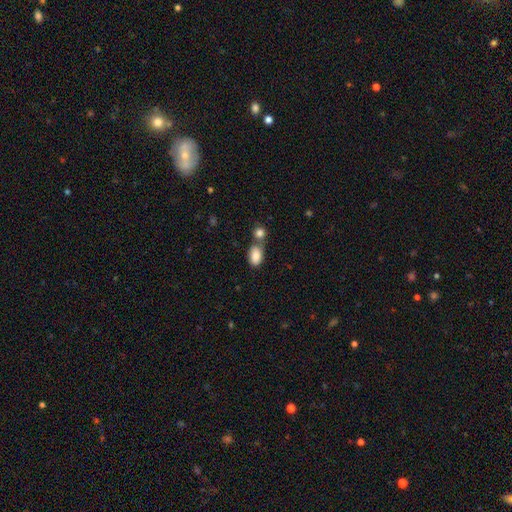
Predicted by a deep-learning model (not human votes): Smooth or featured? Predicted: smooth (p=0.86). How rounded? Predicted: in between (p=0.88). Merging? Predicted: none (p=0.43).